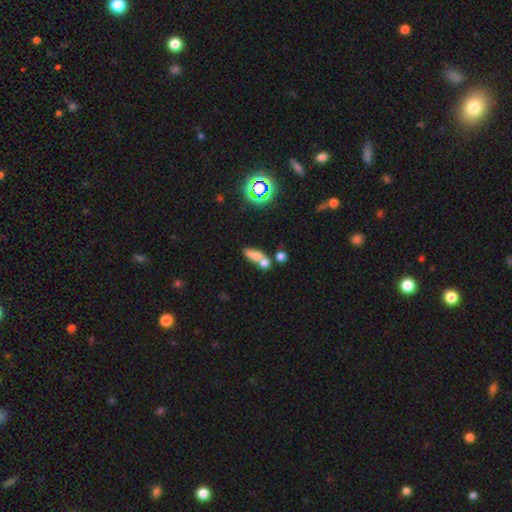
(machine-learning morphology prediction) smooth-or-featured: smooth: 62% | featured or disk: 20% | star or artifact: 18%
  how-rounded: in between: 64% | cigar-shaped: 21% | round: 15%
  merging: merger: 56% | none: 29% | minor disturbance: 10% | major disturbance: 6%